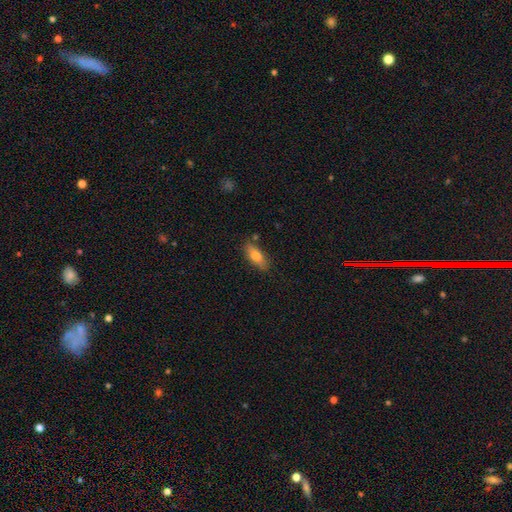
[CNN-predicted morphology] Smooth or featured? smooth (75%)
How rounded? in between (75%)
Merging? none (79%)